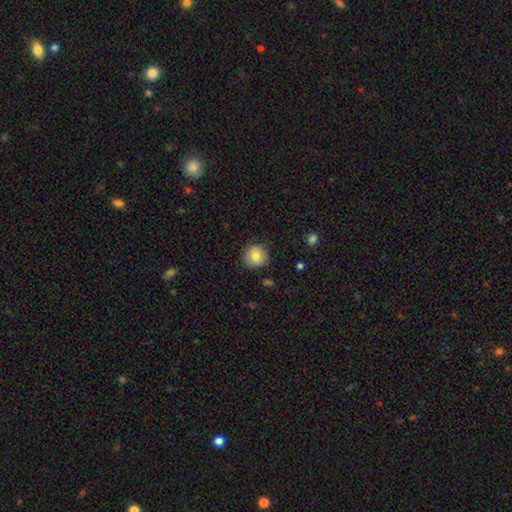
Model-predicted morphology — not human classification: This is clearly a smooth galaxy (80%). How rounded: clearly round (89%). Merging: clearly none (85%).